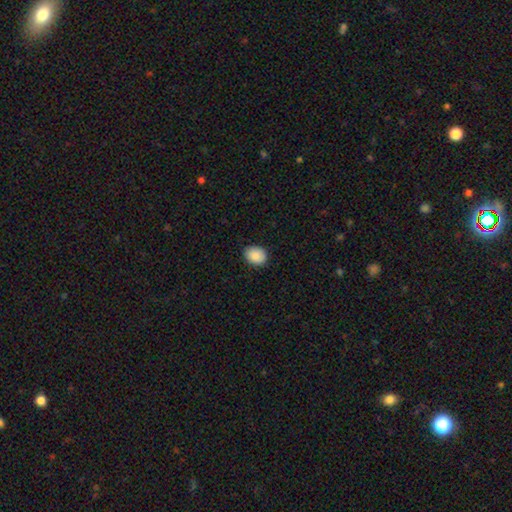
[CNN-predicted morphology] Smooth or featured? Predicted: smooth (p=0.89). How rounded? Predicted: in between (p=0.59). Merging? Predicted: none (p=0.84).